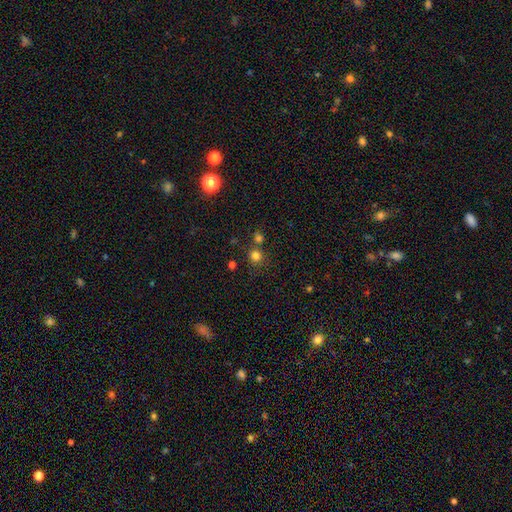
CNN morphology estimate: This is likely a smooth galaxy (78%). How rounded: clearly round (91%). Merging: likely none (70%).